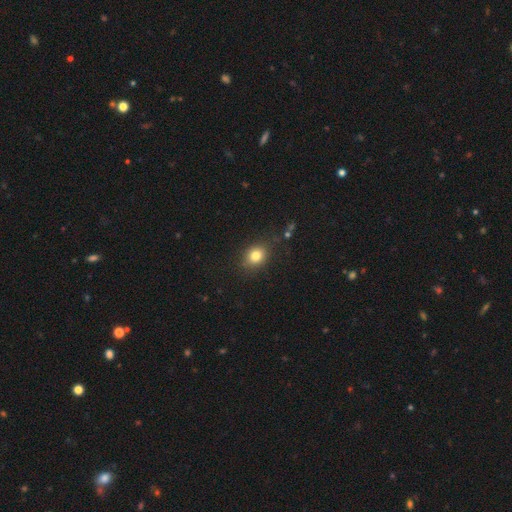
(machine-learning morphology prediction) smooth_or_featured: smooth (p=0.81) [alt: star or artifact p=0.11]
how_rounded: round (p=0.52) [alt: in between p=0.46]
merging: none (p=0.81) [alt: minor disturbance p=0.13]